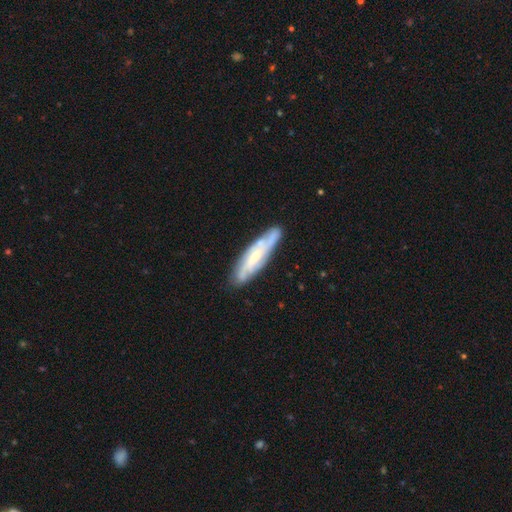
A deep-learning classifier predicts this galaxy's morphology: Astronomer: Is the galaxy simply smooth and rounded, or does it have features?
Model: featured or disk — 71%.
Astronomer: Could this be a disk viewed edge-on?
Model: no — 67%.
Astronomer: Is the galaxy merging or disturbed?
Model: none — 78%.